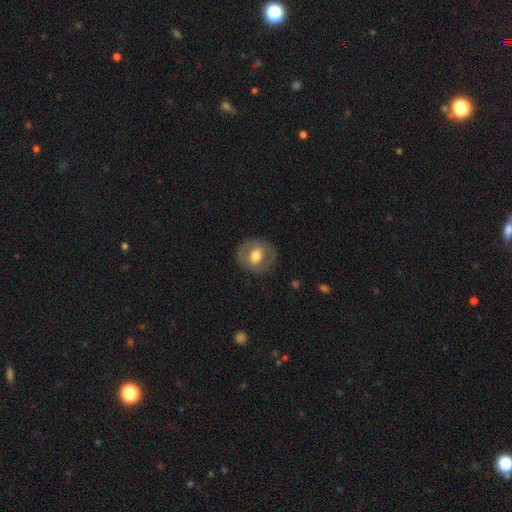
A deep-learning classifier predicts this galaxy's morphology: A smooth galaxy with no disk features (51%) that is round (76%).

Vote fractions:
- Smooth or featured? smooth: 51% / featured or disk: 42% / star or artifact: 7%
- How rounded? round: 76% / in between: 23% / cigar-shaped: 1%
- Merging? none: 83% / minor disturbance: 11% / major disturbance: 5% / merger: 1%